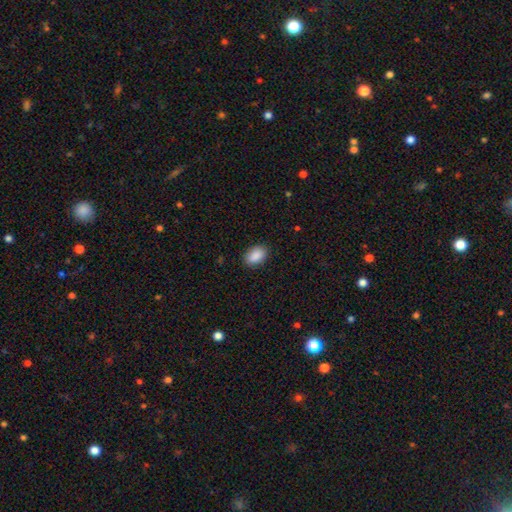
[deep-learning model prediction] Smooth or featured: smooth — 90% (star or artifact — 7%)
How rounded: in between — 89% (round — 10%)
Merging: none — 88% (minor disturbance — 9%)